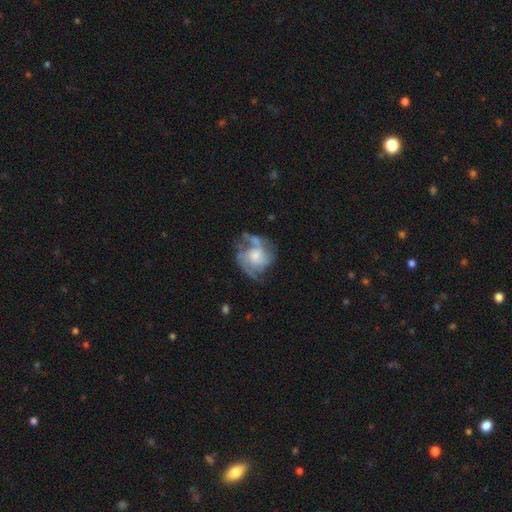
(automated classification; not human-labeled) This is likely a featured or disk galaxy (73%). It is clearly not viewed edge-on (98%). Bar: likely no (70%). Spiral arm pattern: clearly yes (85%). Spiral arm count: marginally 2 (30%). Spiral winding: marginally medium (44%). Central bulge: marginally moderate (43%). Merging: possibly none (49%).